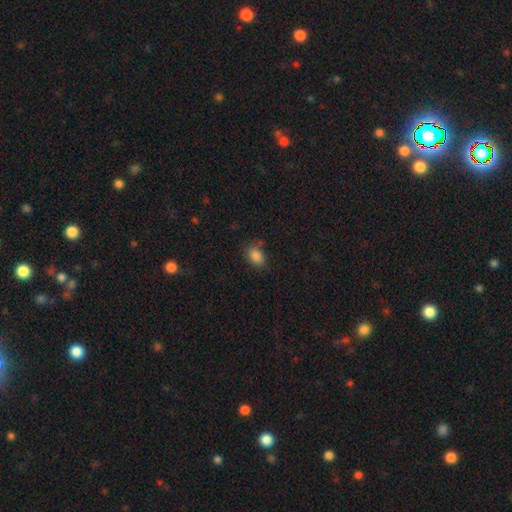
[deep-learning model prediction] Morphology: type=smooth (86%); roundness=in between (78%); merging=none (75%).